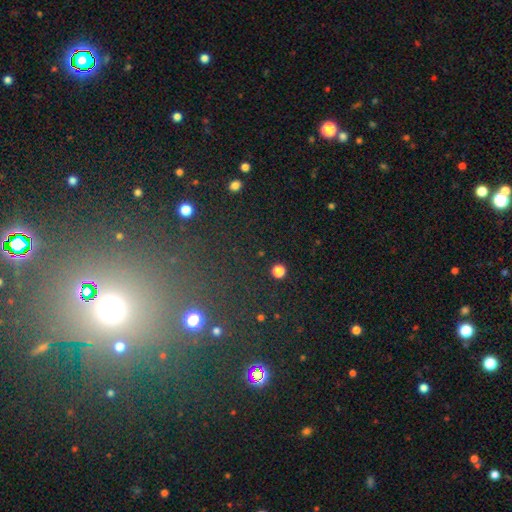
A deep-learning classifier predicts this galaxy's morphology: Smooth or featured?
  - star or artifact: 65% *
  - smooth: 26%
  - featured or disk: 9%